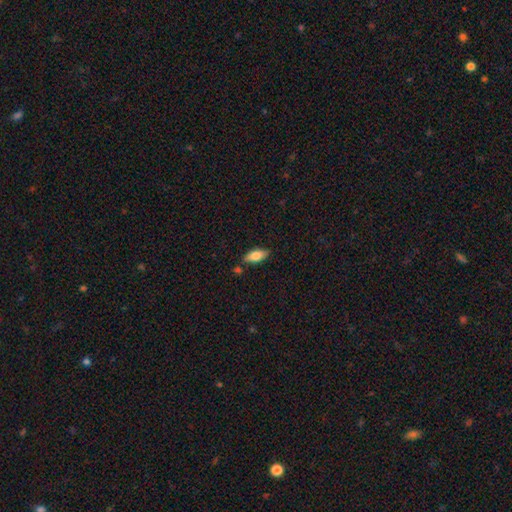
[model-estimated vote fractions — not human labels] smooth_or_featured: smooth (p=0.77) [alt: featured or disk p=0.16]
how_rounded: in between (p=0.82) [alt: cigar-shaped p=0.16]
merging: none (p=0.81) [alt: minor disturbance p=0.12]